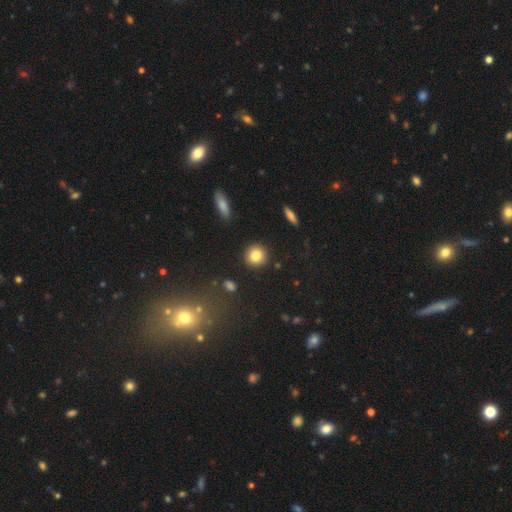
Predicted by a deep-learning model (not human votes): Smooth or featured?
  - smooth: 84% *
  - star or artifact: 9%
  - featured or disk: 7%
How rounded?
  - round: 89% *
  - in between: 9%
  - cigar-shaped: 1%
Merging?
  - none: 89% *
  - minor disturbance: 6%
  - merger: 2%
  - major disturbance: 2%